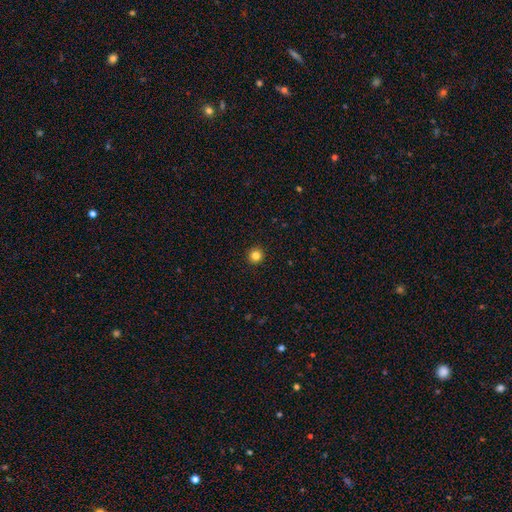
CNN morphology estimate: A smooth galaxy with no disk features (83%) that is round (95%). Merging: none (94%).